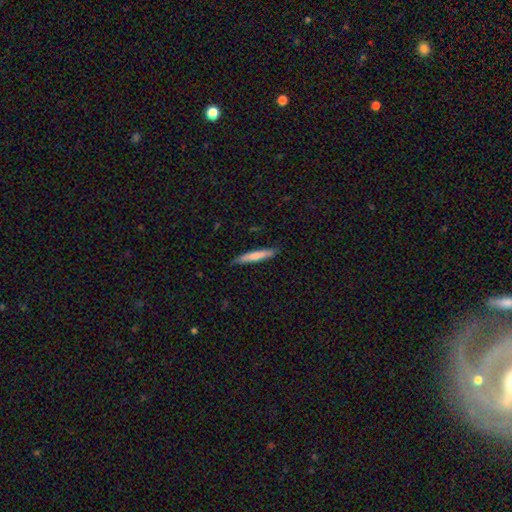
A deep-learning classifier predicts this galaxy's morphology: Smooth or featured?
  - smooth: 72% *
  - featured or disk: 22%
  - star or artifact: 5%
How rounded?
  - cigar-shaped: 94% *
  - in between: 5%
  - round: 1%
Merging?
  - none: 85% *
  - minor disturbance: 12%
  - major disturbance: 2%
  - merger: 1%